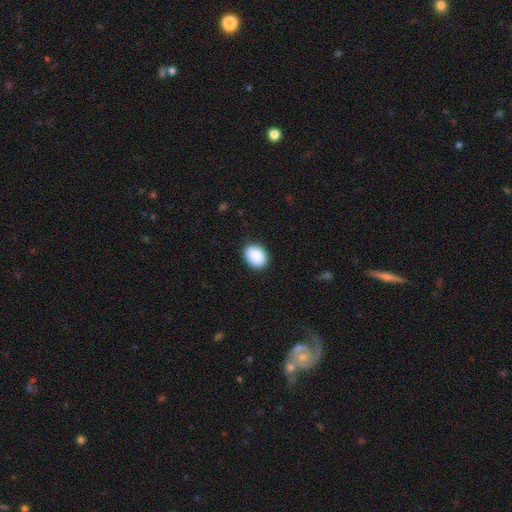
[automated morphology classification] Q: Smooth or featured?
A: smooth (90%); runner-up: star or artifact (7%)
Q: How rounded?
A: in between (69%); runner-up: round (30%)
Q: Merging?
A: none (87%); runner-up: minor disturbance (10%)